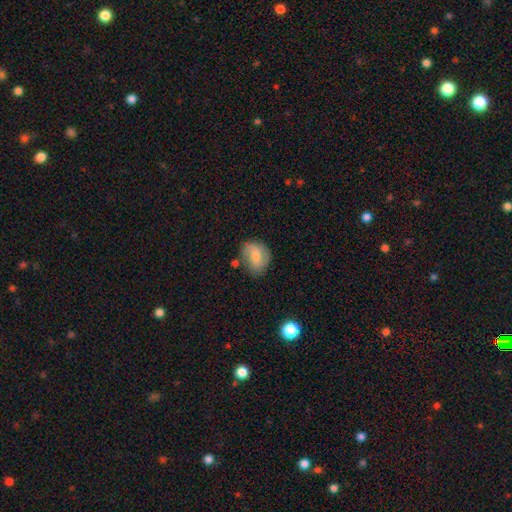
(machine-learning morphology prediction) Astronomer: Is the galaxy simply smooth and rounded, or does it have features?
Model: smooth — 65%.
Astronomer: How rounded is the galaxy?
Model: in between — 56% (runner-up: round, 43%).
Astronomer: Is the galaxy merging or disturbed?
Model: none — 63%.